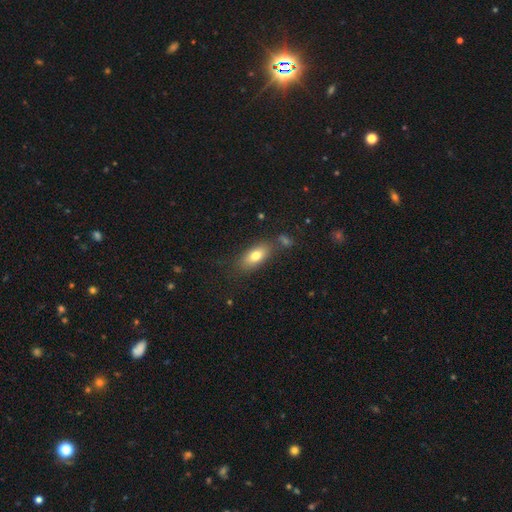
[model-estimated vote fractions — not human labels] Overall: smooth (76%). How rounded: in between (84%). Merging: none (75%).